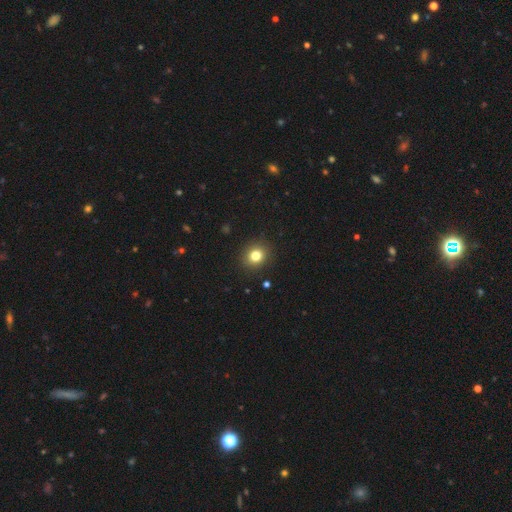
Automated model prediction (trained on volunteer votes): A smooth galaxy with no disk features (81%) that is round (81%). Merging: none (90%).